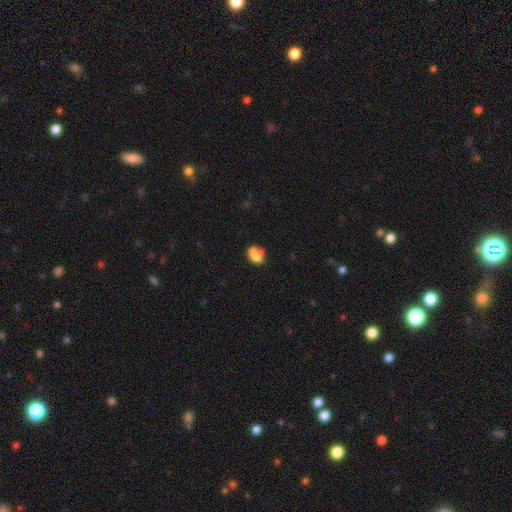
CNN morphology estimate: A smooth galaxy with no disk features (64%) that is in between round and cigar-shaped (64%). Merging: merger (46%).